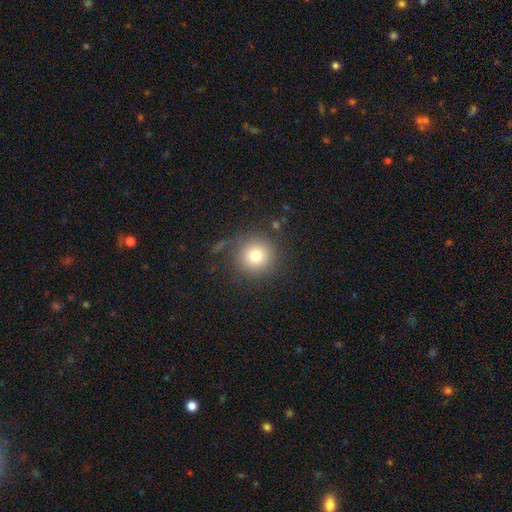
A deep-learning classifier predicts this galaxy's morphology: smooth 77%, star or artifact 12%, featured or disk 11%. Down the decision tree: how rounded — round (94%); merging — none (80%).